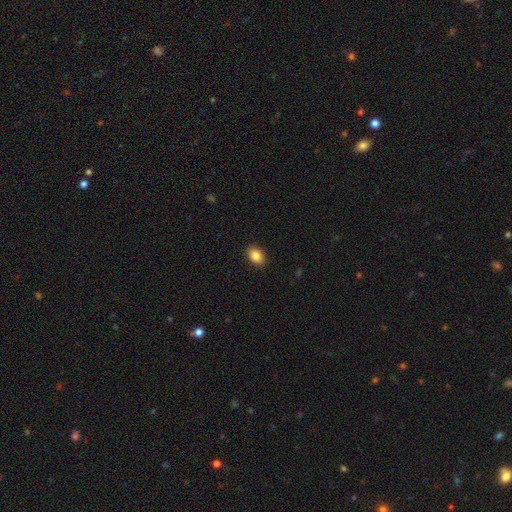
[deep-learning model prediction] This is clearly a smooth galaxy (86%). How rounded: likely in between (78%). Merging: clearly none (90%).